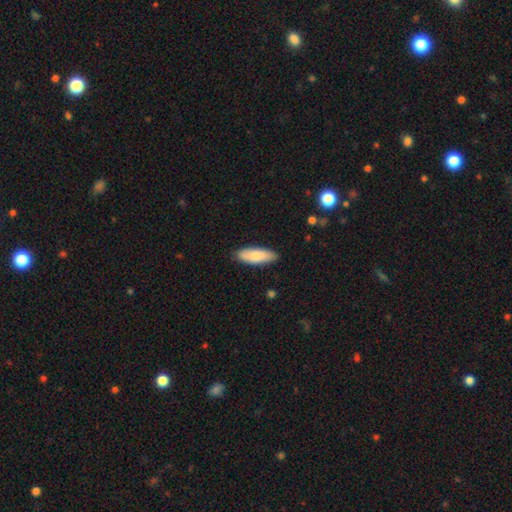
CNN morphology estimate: type=smooth (79%); roundness=in between (66%); merging=none (86%).